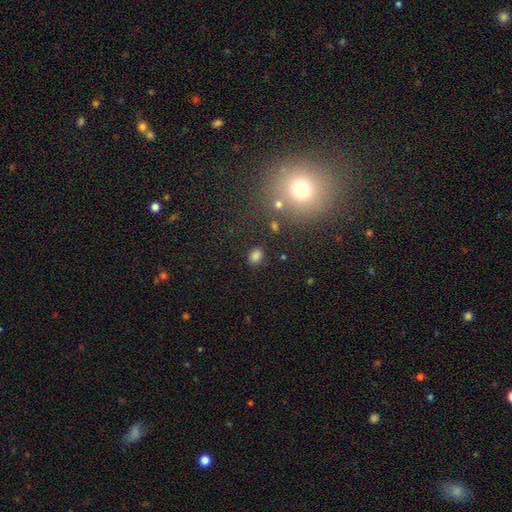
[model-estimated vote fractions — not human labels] Smooth or featured? smooth (79%)
How rounded? in between (57%)
Merging? none (83%)